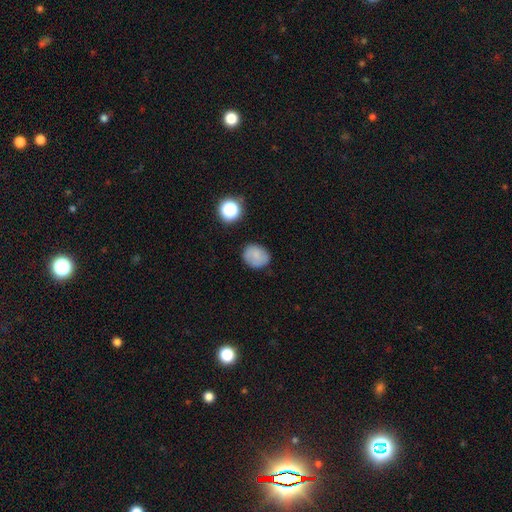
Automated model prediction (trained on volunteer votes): smooth_or_featured: smooth (p=0.76) [alt: featured or disk p=0.13]
how_rounded: round (p=0.64) [alt: in between p=0.35]
merging: none (p=0.79) [alt: minor disturbance p=0.15]